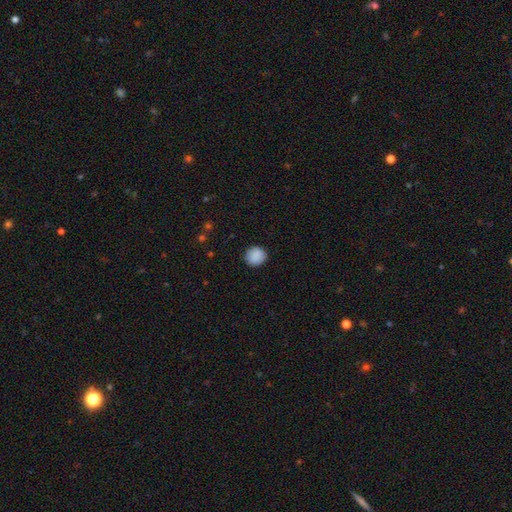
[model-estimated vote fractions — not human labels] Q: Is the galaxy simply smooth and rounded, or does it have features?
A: smooth — 89%.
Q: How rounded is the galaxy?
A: round — 87%.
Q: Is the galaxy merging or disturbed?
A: none — 89%.